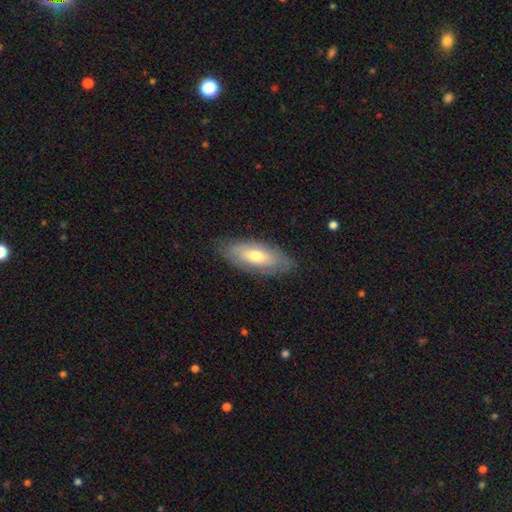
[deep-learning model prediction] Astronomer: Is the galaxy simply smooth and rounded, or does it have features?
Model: smooth — 51% (runner-up: featured or disk, 43%).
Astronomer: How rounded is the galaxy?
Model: in between — 81%.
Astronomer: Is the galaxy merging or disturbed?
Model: none — 79%.